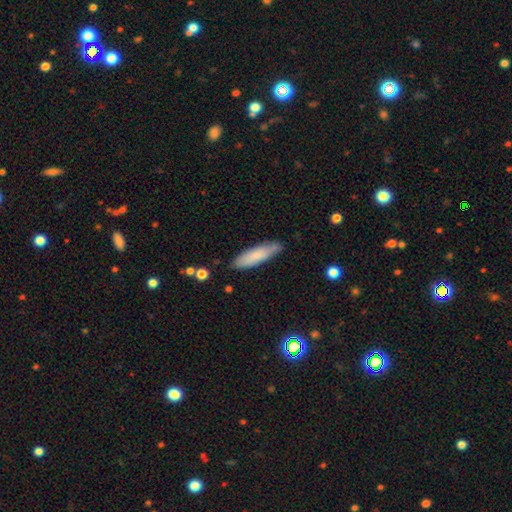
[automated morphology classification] Smooth or featured: smooth — 79% (featured or disk — 15%)
How rounded: cigar-shaped — 65% (in between — 34%)
Merging: none — 84% (minor disturbance — 12%)